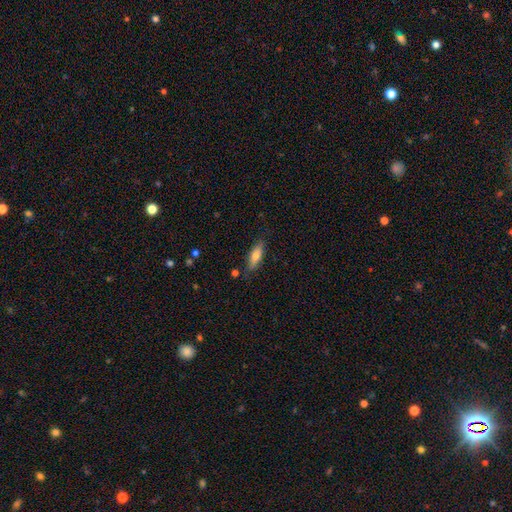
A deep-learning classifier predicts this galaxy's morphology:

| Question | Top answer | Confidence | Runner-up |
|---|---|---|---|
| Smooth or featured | smooth | 69% | featured or disk (24%) |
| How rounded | in between | 51% | cigar-shaped (47%) |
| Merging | none | 81% | minor disturbance (14%) |